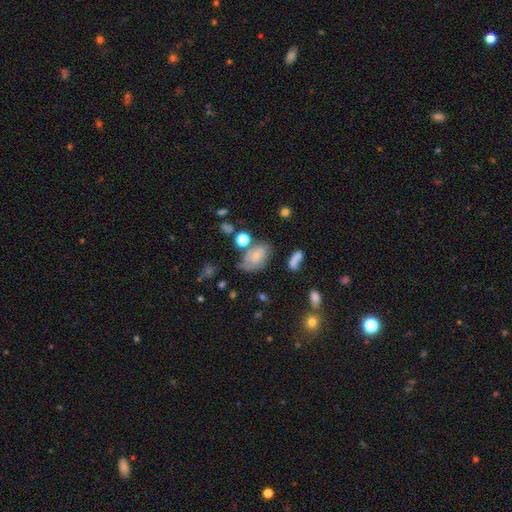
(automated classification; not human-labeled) smooth_or_featured: smooth (p=0.64) [alt: featured or disk p=0.25]
how_rounded: in between (p=0.79) [alt: round p=0.19]
merging: none (p=0.46) [alt: minor disturbance p=0.28]